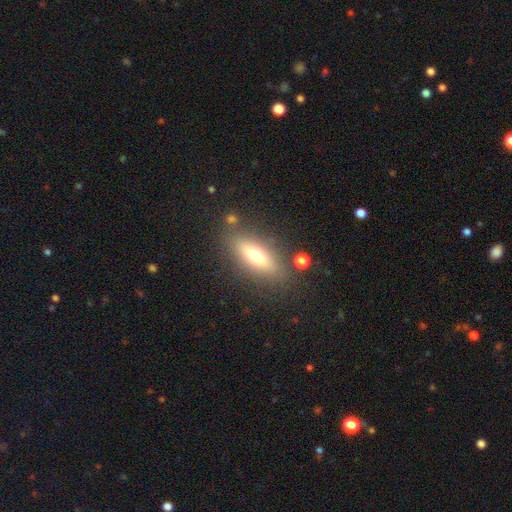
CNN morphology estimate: Smooth or featured: smooth — 59% (featured or disk — 32%)
How rounded: in between — 61% (cigar-shaped — 36%)
Merging: none — 80% (minor disturbance — 12%)